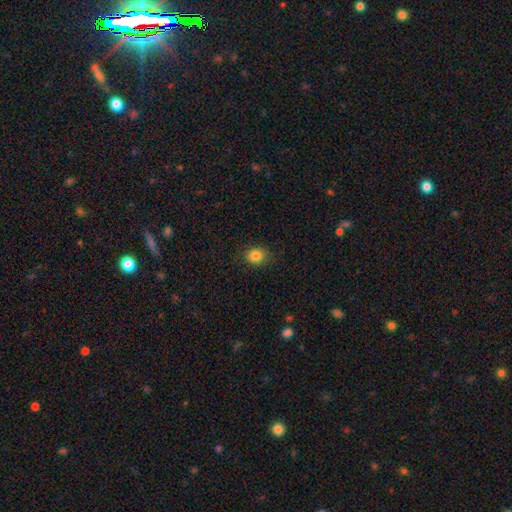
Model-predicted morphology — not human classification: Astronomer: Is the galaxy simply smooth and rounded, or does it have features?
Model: smooth — 84%.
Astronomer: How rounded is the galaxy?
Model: round — 70%.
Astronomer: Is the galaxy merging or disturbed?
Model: none — 86%.